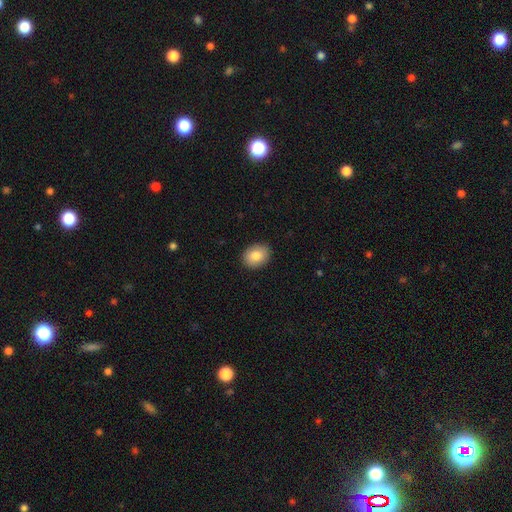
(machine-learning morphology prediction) Smooth or featured?
  - smooth: 84% *
  - featured or disk: 8%
  - star or artifact: 7%
How rounded?
  - in between: 58% *
  - round: 41%
  - cigar-shaped: 1%
Merging?
  - none: 89% *
  - minor disturbance: 9%
  - major disturbance: 2%
  - merger: 1%